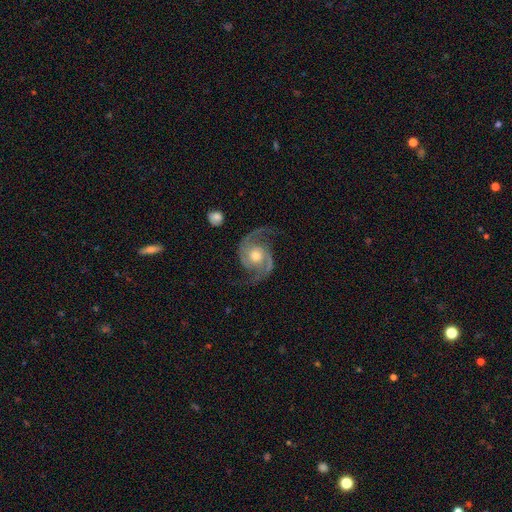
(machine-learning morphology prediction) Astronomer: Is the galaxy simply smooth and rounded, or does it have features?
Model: featured or disk — 93%.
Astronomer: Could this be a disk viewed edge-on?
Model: no — 98%.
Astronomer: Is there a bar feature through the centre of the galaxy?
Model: no — 72%.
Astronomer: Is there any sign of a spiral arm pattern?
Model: yes — 98%.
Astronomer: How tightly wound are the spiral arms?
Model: medium — 58%.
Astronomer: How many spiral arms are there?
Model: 2 — 94%.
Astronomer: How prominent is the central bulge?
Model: moderate — 72%.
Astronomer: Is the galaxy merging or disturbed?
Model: none — 78%.